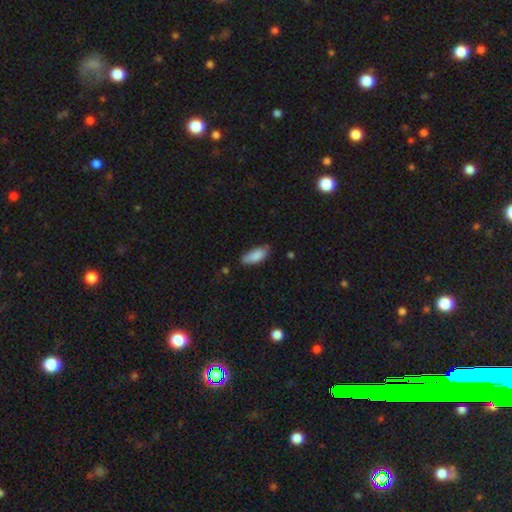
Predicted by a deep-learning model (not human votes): smooth-or-featured: smooth: 86% | featured or disk: 8% | star or artifact: 7%
  how-rounded: in between: 79% | cigar-shaped: 19% | round: 2%
  merging: none: 65% | minor disturbance: 28% | major disturbance: 4% | merger: 2%